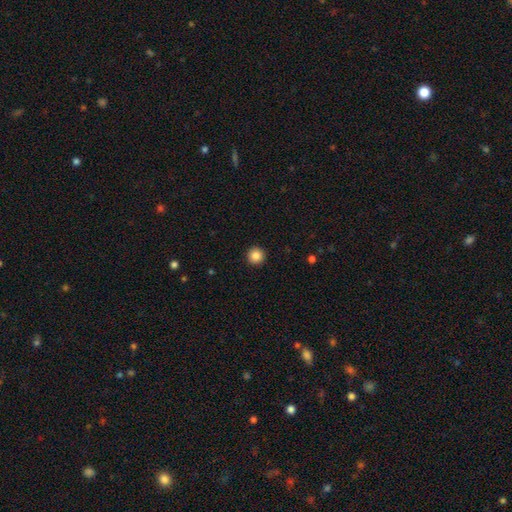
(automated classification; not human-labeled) smooth-or-featured: smooth: 86% | star or artifact: 10% | featured or disk: 4%
  how-rounded: round: 96% | in between: 3% | cigar-shaped: 1%
  merging: none: 93% | minor disturbance: 4% | major disturbance: 1% | merger: 1%